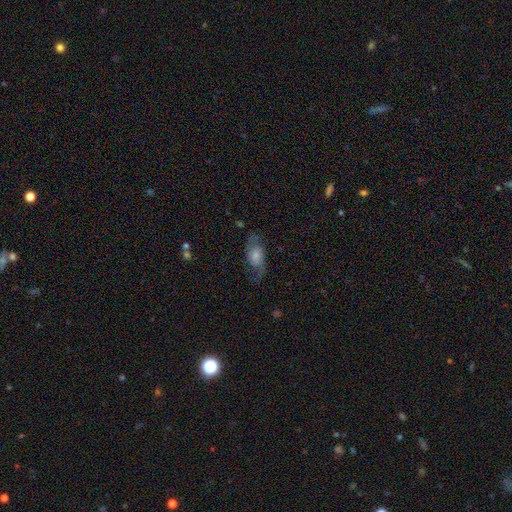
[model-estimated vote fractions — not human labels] featured or disk 68%, smooth 24%, star or artifact 8%. Down the decision tree: edge-on disk — no (94%); bar — no (69%); spiral arms — yes (90%); spiral arm count — 2 (89%); spiral winding — loose (49%); bulge size — small (39%); merging — none (68%).